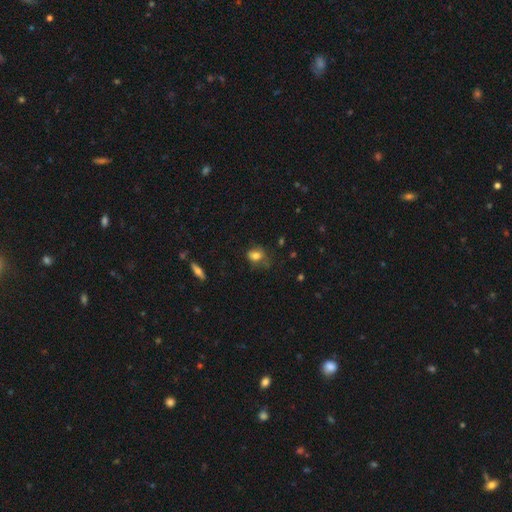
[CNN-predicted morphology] A smooth galaxy with no disk features (74%) that is in between round and cigar-shaped (56%).

Vote fractions:
- Smooth or featured? smooth: 74% / featured or disk: 15% / star or artifact: 11%
- How rounded? in between: 56% / round: 42% / cigar-shaped: 2%
- Merging? none: 52% / minor disturbance: 30% / major disturbance: 15% / merger: 3%